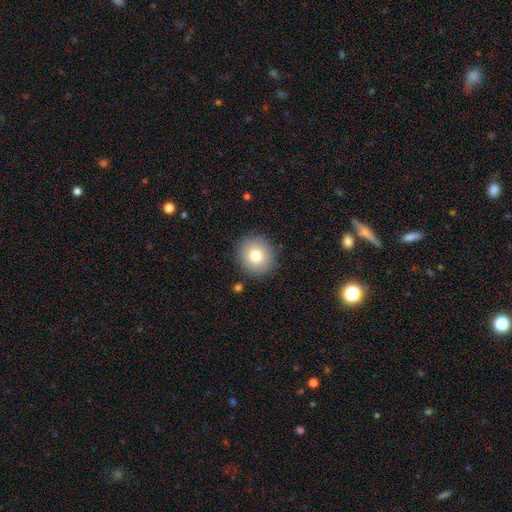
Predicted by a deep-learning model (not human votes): This appears to be a smooth galaxy with no disk features (80%) that is round (89%). Merging: none (89%).